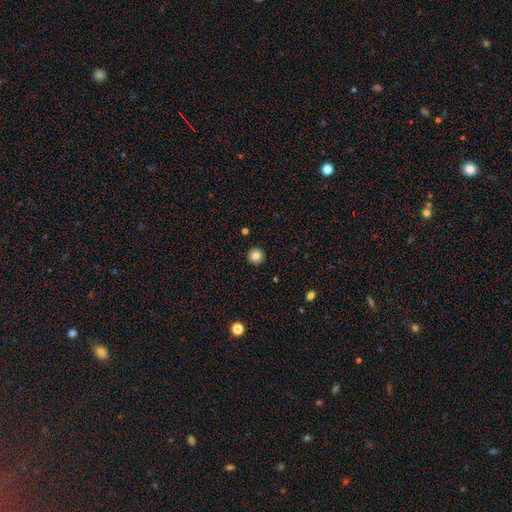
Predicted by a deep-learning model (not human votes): Smooth or featured? Predicted: smooth (p=0.83). How rounded? Predicted: round (p=0.96). Merging? Predicted: none (p=0.94).